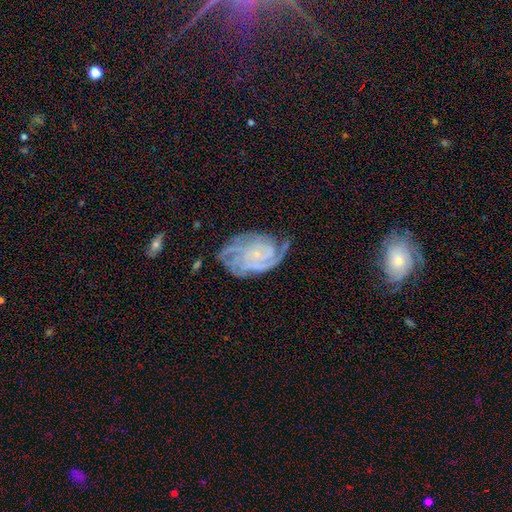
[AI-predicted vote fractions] Smooth or featured? Predicted: featured or disk (p=0.85). Edge-on disk? Predicted: no (p=0.97). Bar? Predicted: no (p=0.75). Spiral arms? Predicted: yes (p=0.97). Spiral winding? Predicted: tight (p=0.72). Spiral arm count? Predicted: can't tell (p=0.25). Bulge size? Predicted: small (p=0.79). Merging? Predicted: none (p=0.63).